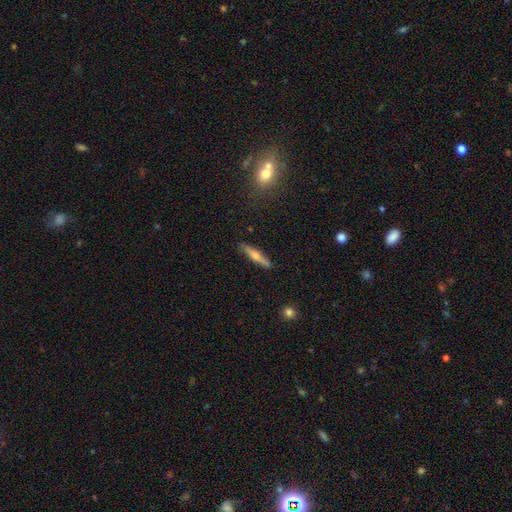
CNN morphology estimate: smooth_or_featured: smooth (p=0.53) [alt: featured or disk p=0.41]
how_rounded: cigar-shaped (p=0.90) [alt: in between p=0.09]
merging: none (p=0.87) [alt: minor disturbance p=0.09]